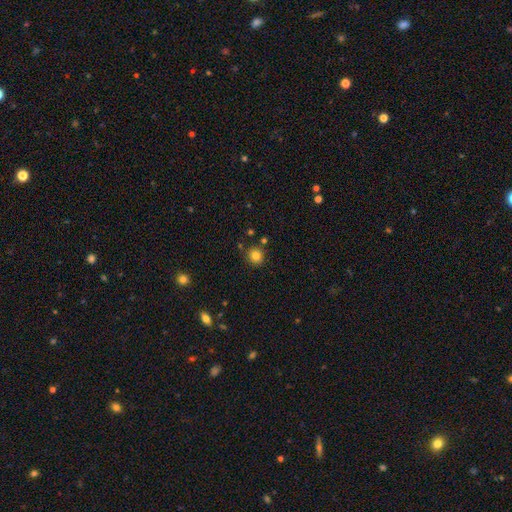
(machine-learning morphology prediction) type=smooth (82%); roundness=round (89%); merging=none (84%).